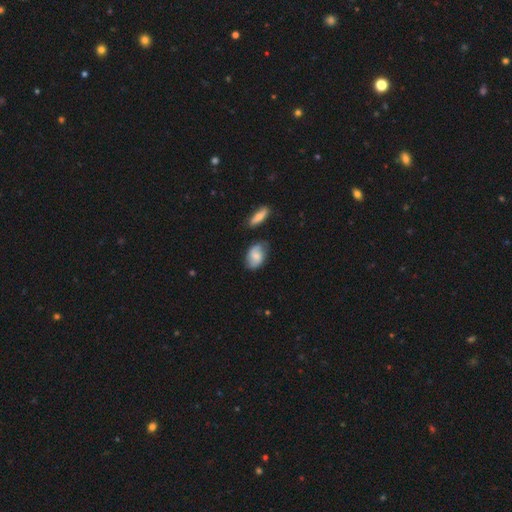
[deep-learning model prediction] Overall: smooth (56%; featured or disk 36%). How rounded: in between (85%). Merging: none (68%).